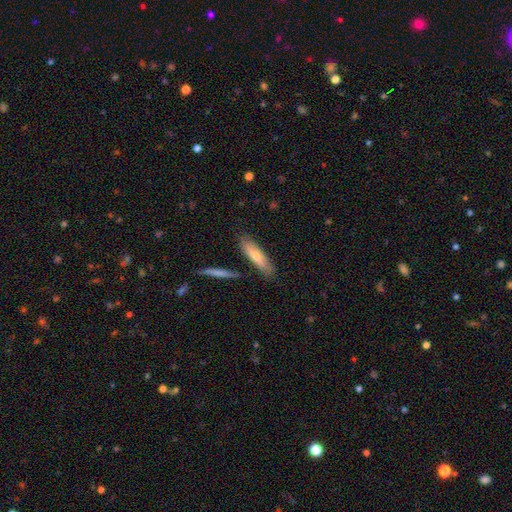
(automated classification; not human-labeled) Smooth or featured: smooth — 60% (featured or disk — 33%)
How rounded: cigar-shaped — 69% (in between — 29%)
Merging: none — 80% (minor disturbance — 12%)